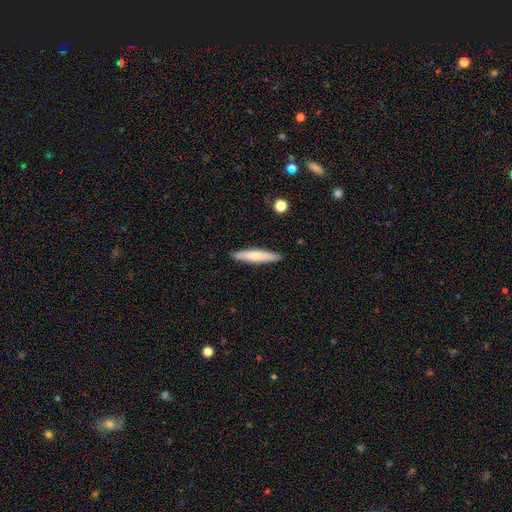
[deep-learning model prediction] Q: Smooth or featured?
A: smooth (72%); runner-up: featured or disk (22%)
Q: How rounded?
A: cigar-shaped (89%); runner-up: in between (10%)
Q: Merging?
A: none (90%); runner-up: minor disturbance (7%)